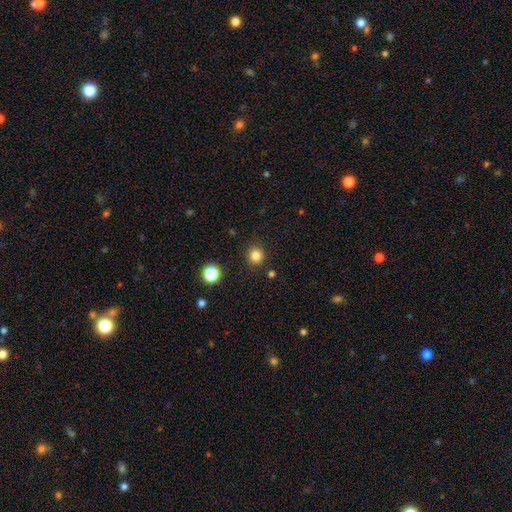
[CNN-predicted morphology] The model was most divided on "smooth or featured": smooth: 83%, star or artifact: 13%, featured or disk: 4%. More confident: how rounded — round (93%); merging — none (90%).